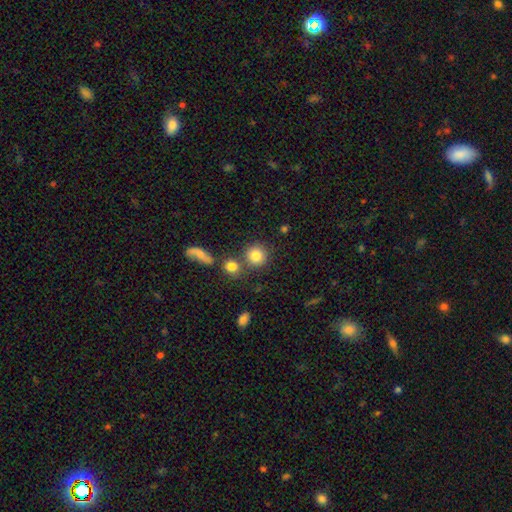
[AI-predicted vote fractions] Smooth or featured? Predicted: smooth (p=0.81). How rounded? Predicted: round (p=0.90). Merging? Predicted: none (p=0.71).